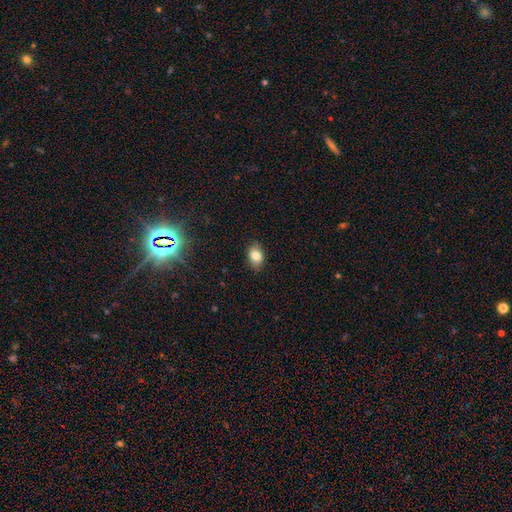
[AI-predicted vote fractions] This appears to be a smooth galaxy with no disk features (81%) that is in between round and cigar-shaped (80%). Merging: none (85%).